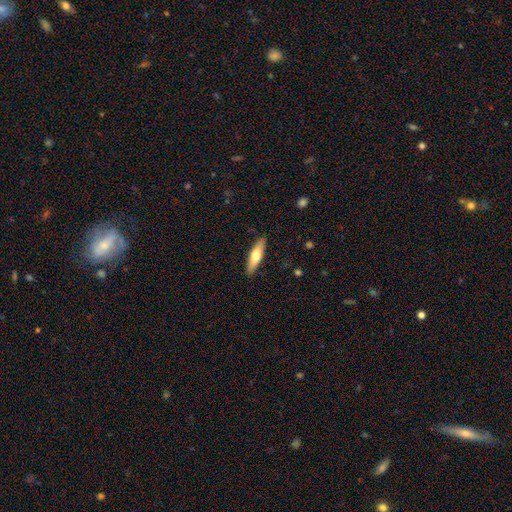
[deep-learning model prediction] A smooth galaxy with no disk features (59%) that is cigar-shaped (65%). Merging: none (89%).